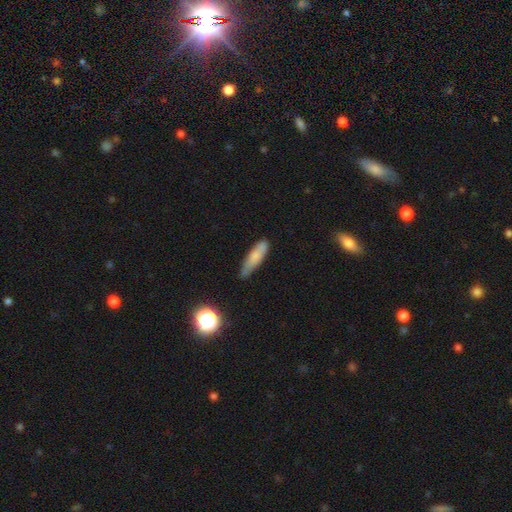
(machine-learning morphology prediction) Overall: smooth (75%). How rounded: cigar-shaped (62%; in between 36%). Merging: none (59%; minor disturbance 33%).